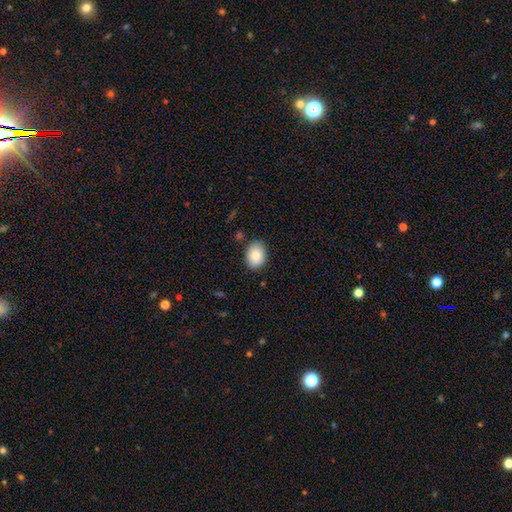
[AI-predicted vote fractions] A smooth galaxy with no disk features (84%) that is in between round and cigar-shaped (70%).

Vote fractions:
- Smooth or featured? smooth: 84% / featured or disk: 8% / star or artifact: 7%
- How rounded? in between: 70% / round: 29% / cigar-shaped: 1%
- Merging? none: 83% / minor disturbance: 13% / major disturbance: 2% / merger: 2%